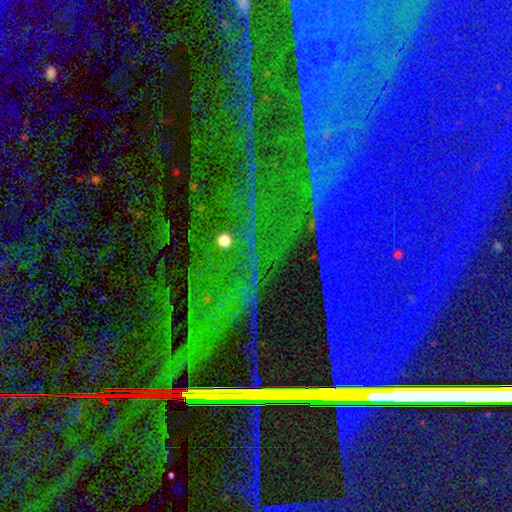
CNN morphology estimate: star or artifact 86%, featured or disk 9%, smooth 5%.